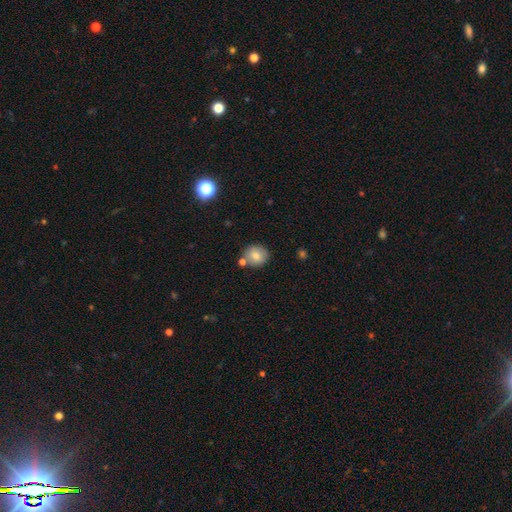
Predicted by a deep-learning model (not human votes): Smooth or featured: smooth — 78% (featured or disk — 12%)
How rounded: round — 85% (in between — 14%)
Merging: none — 73% (merger — 13%)